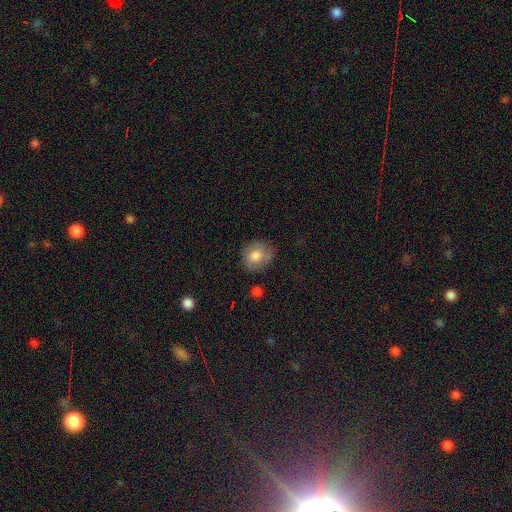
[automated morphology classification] A smooth galaxy with no disk features (70%) that is round (66%).

Vote fractions:
- Smooth or featured? smooth: 70% / featured or disk: 22% / star or artifact: 8%
- How rounded? round: 66% / in between: 33% / cigar-shaped: 1%
- Merging? none: 72% / minor disturbance: 20% / major disturbance: 6% / merger: 2%